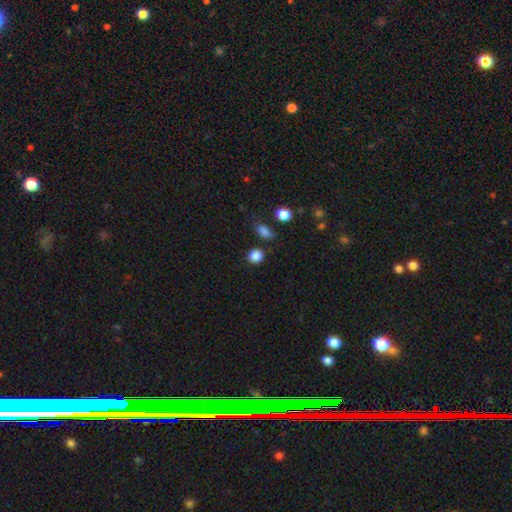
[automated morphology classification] This is clearly a smooth galaxy (86%). How rounded: likely round (77%). Merging: clearly none (81%).